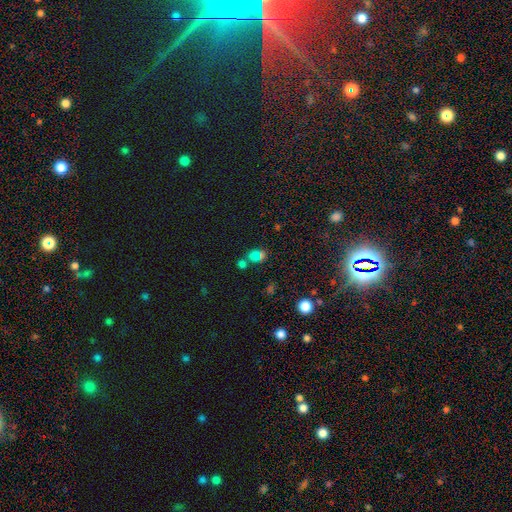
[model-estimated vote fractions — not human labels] smooth-or-featured: smooth: 59% | star or artifact: 30% | featured or disk: 11%
  how-rounded: round: 60% | in between: 38% | cigar-shaped: 2%
  merging: none: 47% | merger: 37% | minor disturbance: 10% | major disturbance: 6%